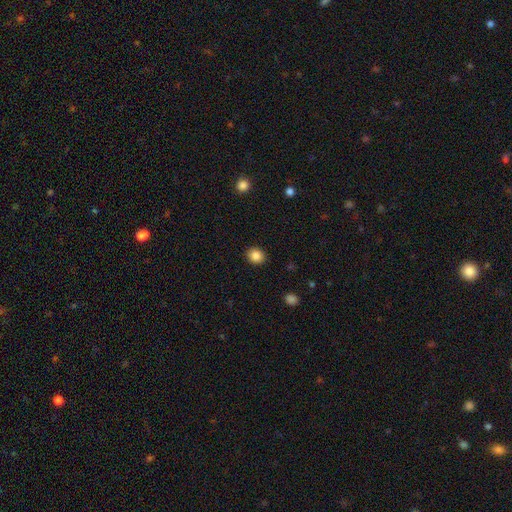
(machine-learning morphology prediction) Smooth or featured: smooth — 85% (star or artifact — 10%)
How rounded: round — 80% (in between — 20%)
Merging: none — 91% (minor disturbance — 6%)